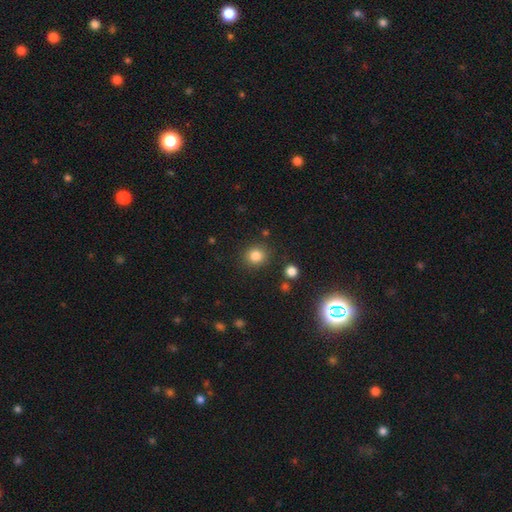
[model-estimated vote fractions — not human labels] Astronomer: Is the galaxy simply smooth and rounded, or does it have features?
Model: smooth — 83%.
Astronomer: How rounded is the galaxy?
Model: round — 86%.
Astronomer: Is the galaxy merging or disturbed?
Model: none — 87%.